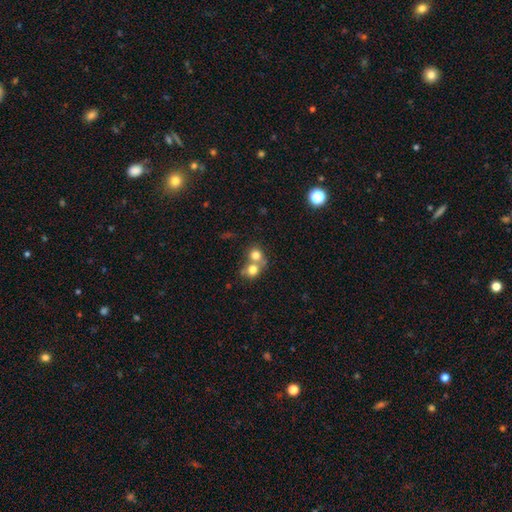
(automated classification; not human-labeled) smooth 76%, featured or disk 13%, star or artifact 11%. Down the decision tree: how rounded — round (80%); merging — merger (59%).